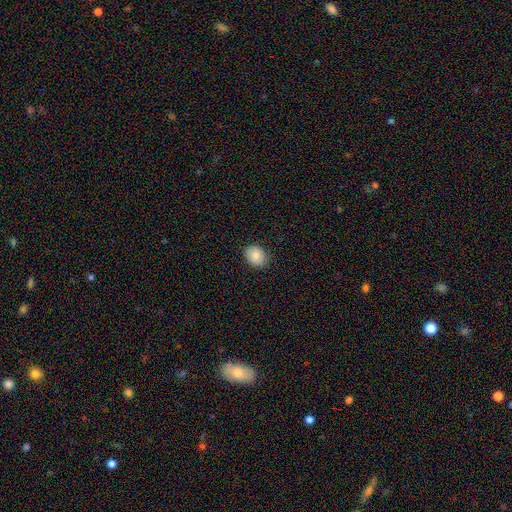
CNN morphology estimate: This is clearly a smooth galaxy (80%). How rounded: possibly in between (51%). Merging: clearly none (86%).